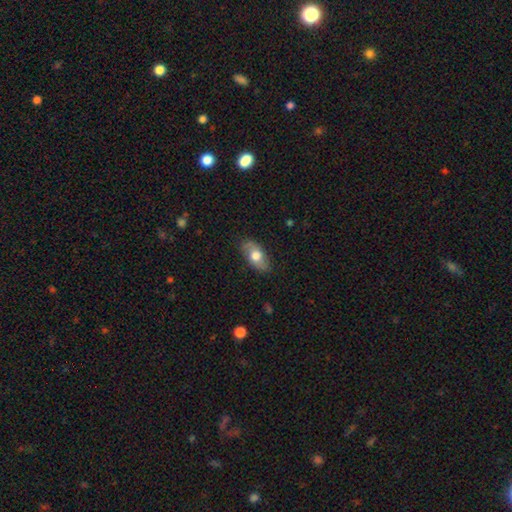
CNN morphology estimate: This is likely a smooth galaxy (61%). How rounded: clearly in between (90%). Merging: clearly none (83%).